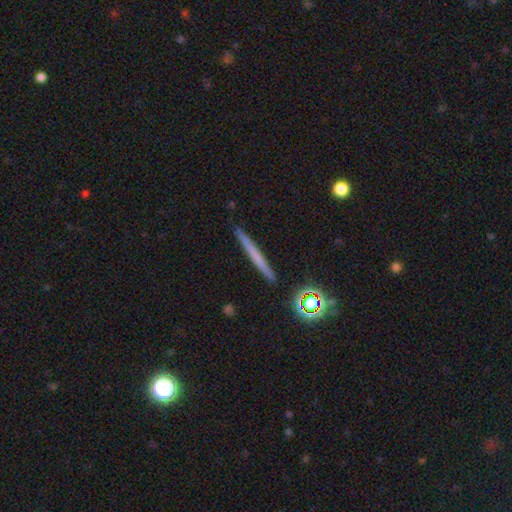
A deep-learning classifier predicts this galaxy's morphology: Smooth or featured: smooth — 51% (featured or disk — 38%)
How rounded: cigar-shaped — 95% (round — 3%)
Merging: none — 91% (minor disturbance — 6%)